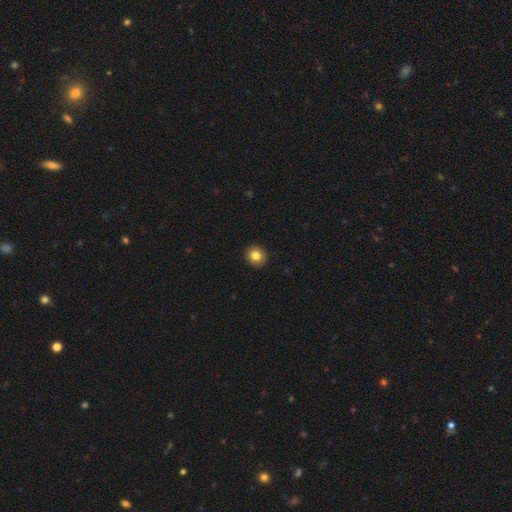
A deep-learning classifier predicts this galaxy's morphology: Smooth or featured? Predicted: smooth (p=0.82). How rounded? Predicted: round (p=0.86). Merging? Predicted: none (p=0.93).